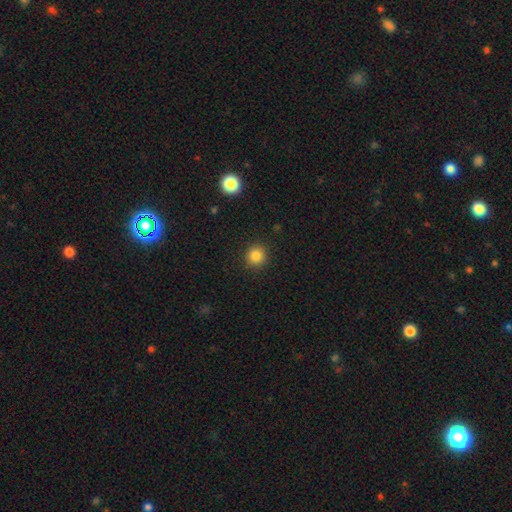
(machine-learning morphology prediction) smooth-or-featured: smooth: 84% | star or artifact: 11% | featured or disk: 4%
  how-rounded: round: 93% | in between: 6% | cigar-shaped: 1%
  merging: none: 91% | minor disturbance: 6% | major disturbance: 2% | merger: 1%